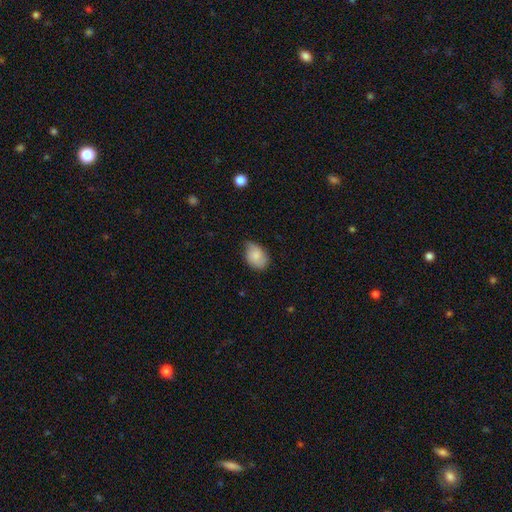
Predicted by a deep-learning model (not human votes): This is likely a smooth galaxy (77%). How rounded: likely in between (79%). Merging: possibly none (54%).